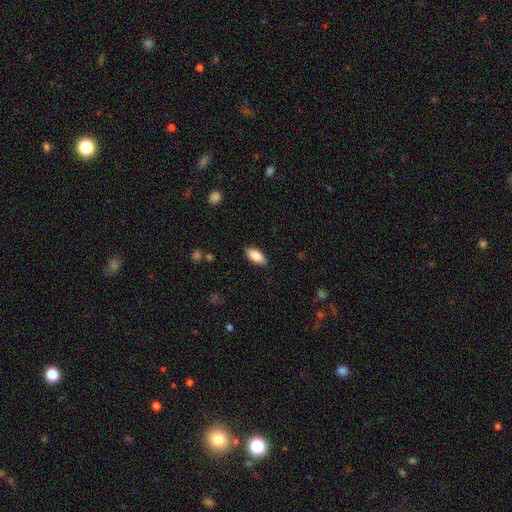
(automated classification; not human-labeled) The model was most divided on "how rounded": in between: 87%, cigar-shaped: 11%, round: 2%. More confident: merging — none (87%); smooth or featured — smooth (85%).